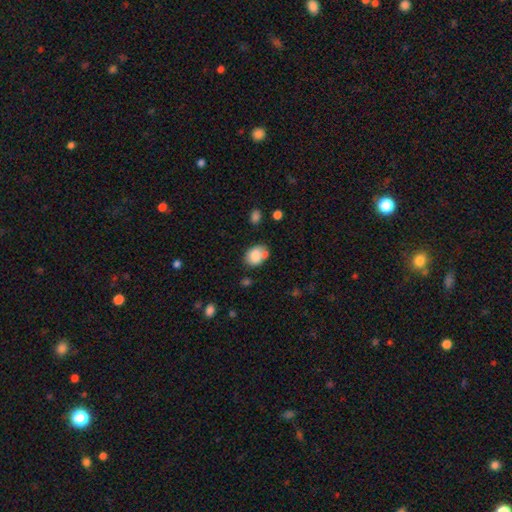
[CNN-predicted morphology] Smooth or featured? smooth (79%)
How rounded? in between (69%)
Merging? none (49%)